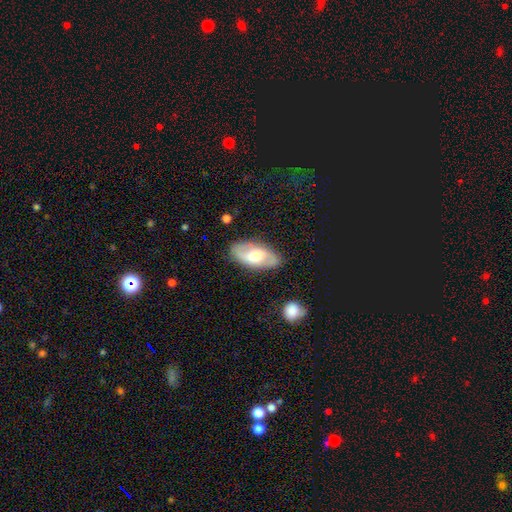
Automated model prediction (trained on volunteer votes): Morphology: type=featured or disk (55%); edge-on=no (89%); merging=none (82%).